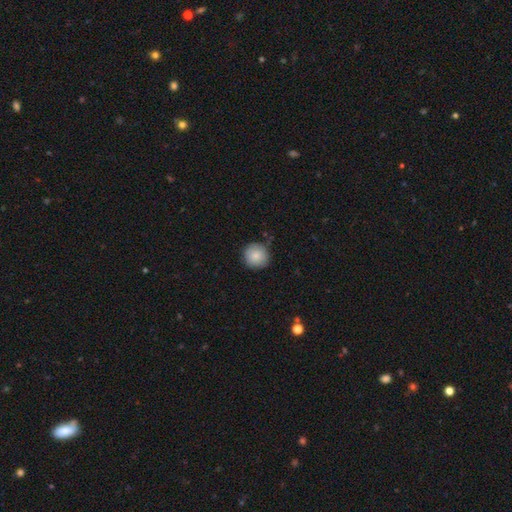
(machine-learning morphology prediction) This appears to be a smooth galaxy with no disk features (86%) that is round (95%). Merging: none (87%).